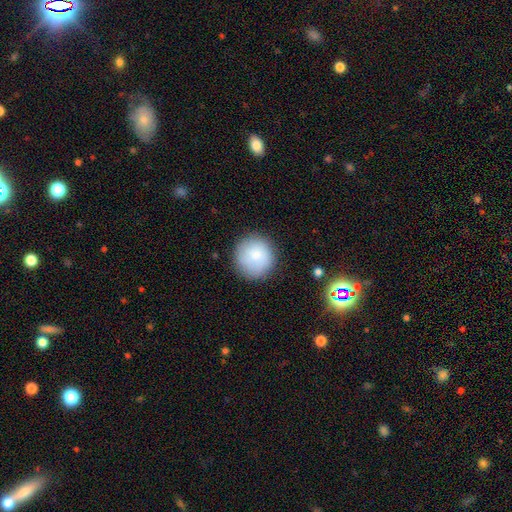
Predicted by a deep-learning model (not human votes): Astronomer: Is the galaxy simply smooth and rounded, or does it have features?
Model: smooth — 81%.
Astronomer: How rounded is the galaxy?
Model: round — 93%.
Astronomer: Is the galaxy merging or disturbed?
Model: none — 83%.